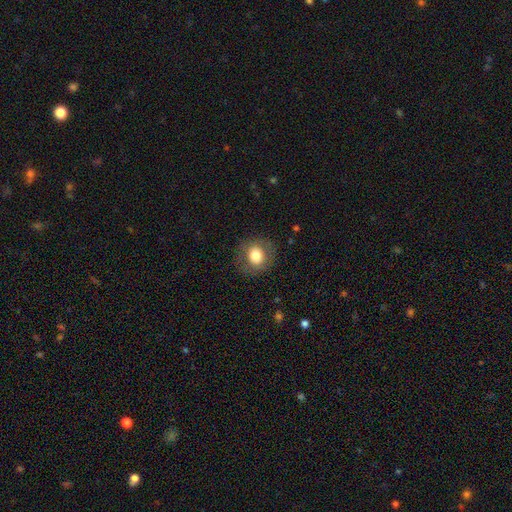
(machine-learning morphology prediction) The model was most divided on "how rounded": round: 79%, in between: 20%, cigar-shaped: 1%. More confident: merging — none (83%); smooth or featured — smooth (77%).